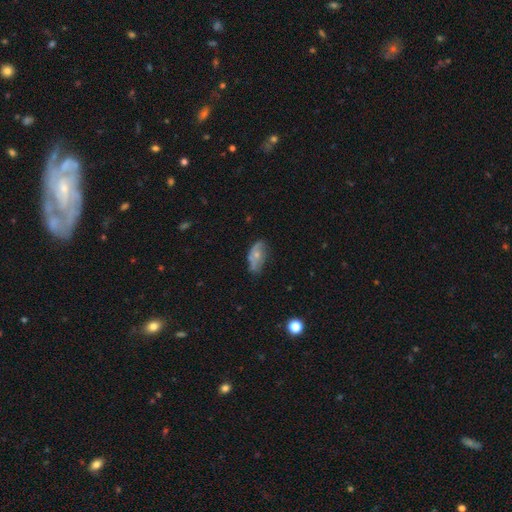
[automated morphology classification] Smooth or featured?
  - featured or disk: 54% *
  - smooth: 37%
  - star or artifact: 9%
Edge-on disk?
  - no: 92% *
  - yes: 8%
Merging?
  - none: 49% *
  - minor disturbance: 32%
  - major disturbance: 16%
  - merger: 3%